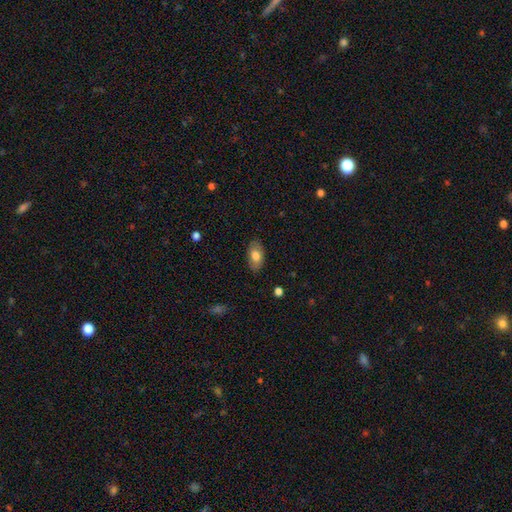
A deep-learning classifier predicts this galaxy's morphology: Smooth or featured? Predicted: smooth (p=0.76). How rounded? Predicted: in between (p=0.93). Merging? Predicted: none (p=0.85).